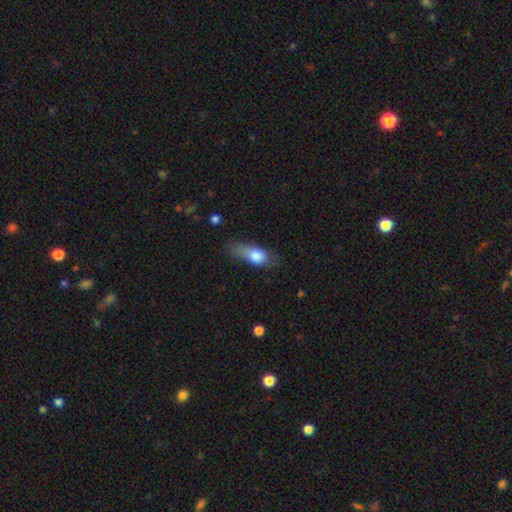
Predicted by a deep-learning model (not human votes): smooth-or-featured: smooth: 77% | featured or disk: 15% | star or artifact: 8%
  how-rounded: in between: 70% | cigar-shaped: 21% | round: 9%
  merging: minor disturbance: 36% | none: 35% | major disturbance: 25% | merger: 4%